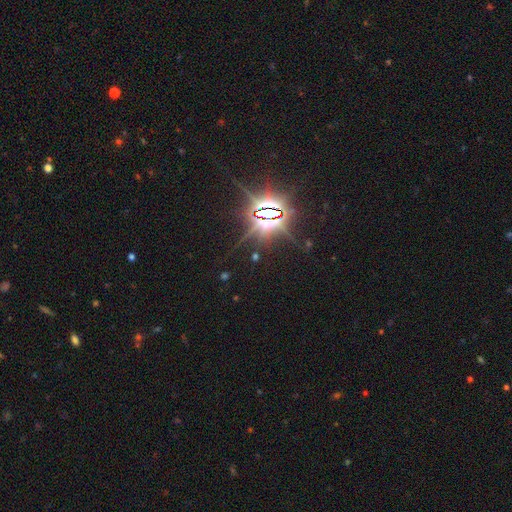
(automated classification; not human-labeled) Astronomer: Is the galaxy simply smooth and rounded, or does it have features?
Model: star or artifact — 84%.